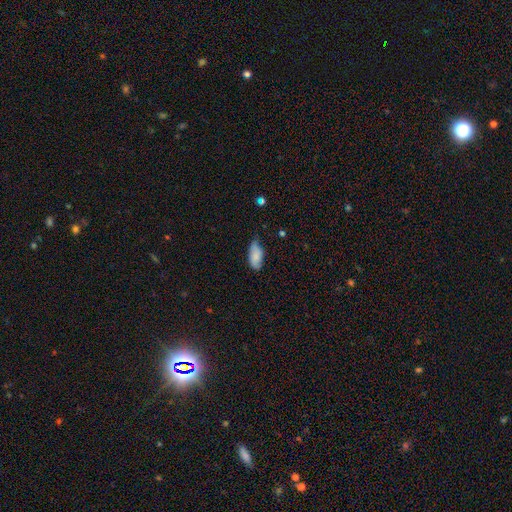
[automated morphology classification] Smooth or featured: smooth — 79% (featured or disk — 15%)
How rounded: in between — 91% (cigar-shaped — 6%)
Merging: none — 54% (minor disturbance — 38%)